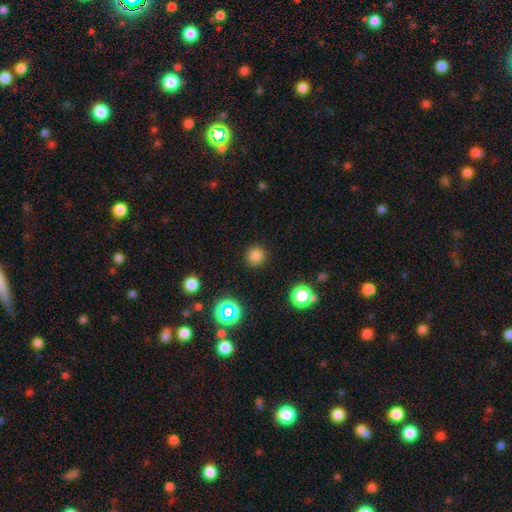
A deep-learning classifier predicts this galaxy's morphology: smooth-or-featured: smooth: 79% | star or artifact: 17% | featured or disk: 4%
  how-rounded: round: 94% | in between: 5% | cigar-shaped: 1%
  merging: none: 90% | minor disturbance: 6% | major disturbance: 3% | merger: 1%